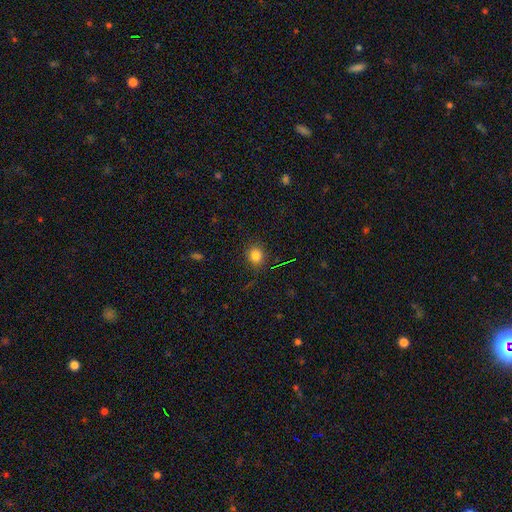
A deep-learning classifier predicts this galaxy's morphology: Smooth or featured?
  - smooth: 81% *
  - star or artifact: 13%
  - featured or disk: 6%
How rounded?
  - round: 79% *
  - in between: 20%
  - cigar-shaped: 1%
Merging?
  - none: 87% *
  - minor disturbance: 9%
  - major disturbance: 3%
  - merger: 1%